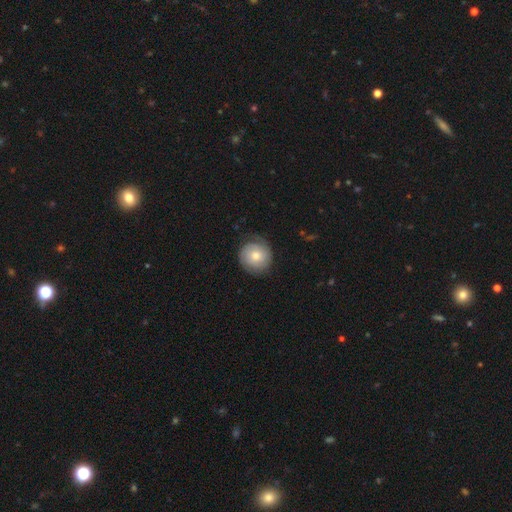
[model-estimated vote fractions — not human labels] smooth-or-featured: smooth: 50% | featured or disk: 43% | star or artifact: 7%
  how-rounded: round: 91% | in between: 8% | cigar-shaped: 1%
  merging: none: 74% | minor disturbance: 18% | major disturbance: 6% | merger: 1%